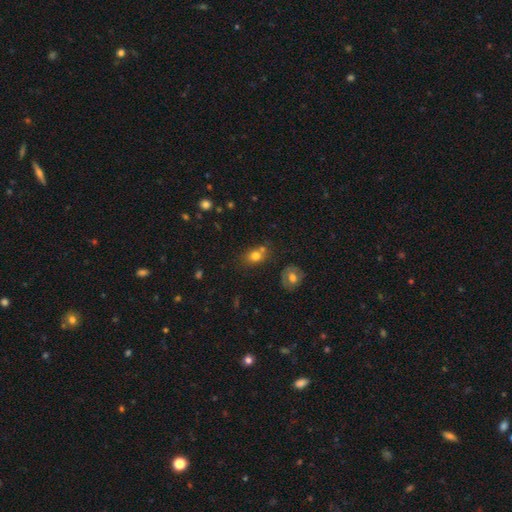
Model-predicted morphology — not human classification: A smooth galaxy with no disk features (77%) that is in between round and cigar-shaped (50%).

Vote fractions:
- Smooth or featured? smooth: 77% / star or artifact: 12% / featured or disk: 11%
- How rounded? in between: 50% / round: 49% / cigar-shaped: 2%
- Merging? none: 58% / merger: 22% / minor disturbance: 15% / major disturbance: 4%